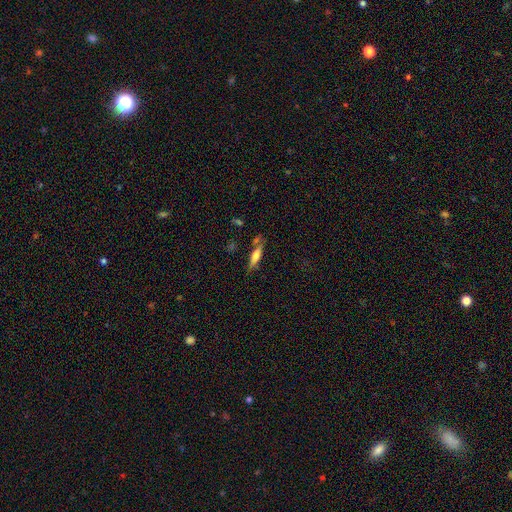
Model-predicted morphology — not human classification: smooth-or-featured: smooth: 52% | featured or disk: 41% | star or artifact: 7%
  how-rounded: cigar-shaped: 74% | in between: 24% | round: 2%
  merging: none: 71% | minor disturbance: 17% | merger: 8% | major disturbance: 4%